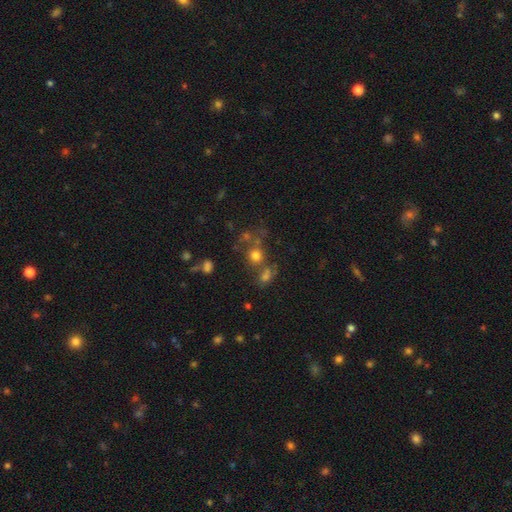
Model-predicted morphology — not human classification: This appears to be a smooth galaxy with no disk features (68%) that is round (84%). Merging: none (53%).